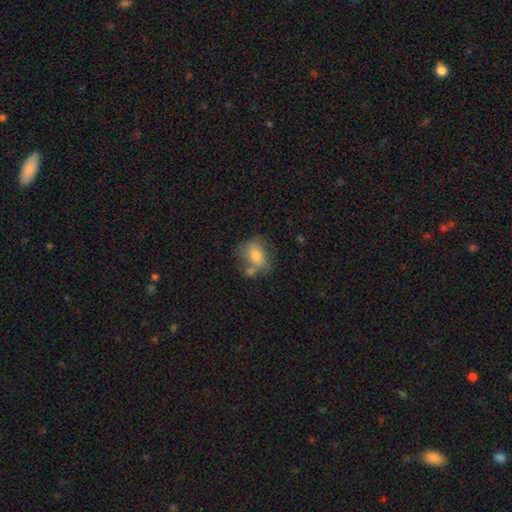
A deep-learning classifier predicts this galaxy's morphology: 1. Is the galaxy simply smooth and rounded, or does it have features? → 64% smooth, 27% featured or disk, 9% star or artifact.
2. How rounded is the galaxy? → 60% in between, 38% round, 2% cigar-shaped.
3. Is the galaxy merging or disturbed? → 46% none, 22% merger, 22% minor disturbance, 11% major disturbance.